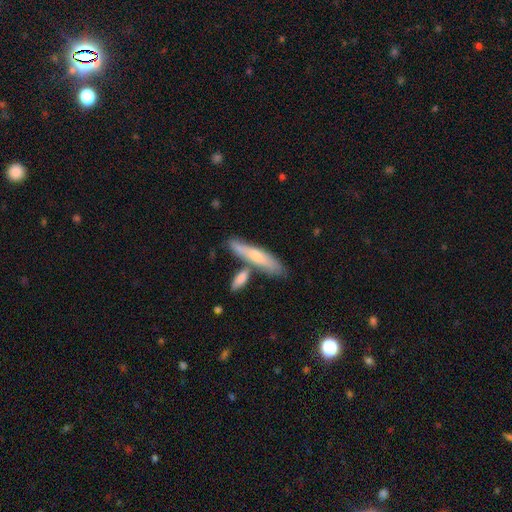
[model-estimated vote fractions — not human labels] smooth-or-featured: smooth: 55% | featured or disk: 39% | star or artifact: 6%
  how-rounded: cigar-shaped: 84% | in between: 14% | round: 2%
  merging: none: 65% | merger: 18% | minor disturbance: 13% | major disturbance: 3%